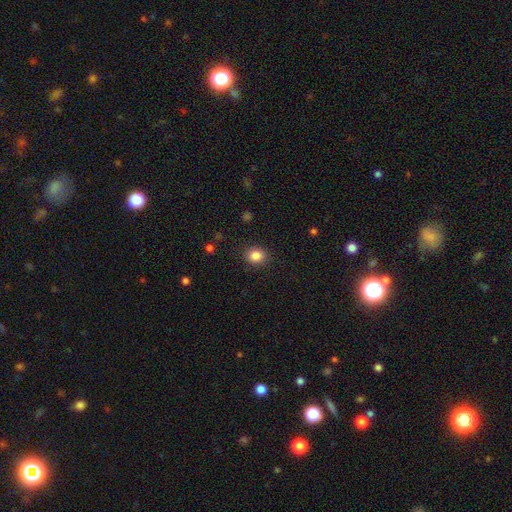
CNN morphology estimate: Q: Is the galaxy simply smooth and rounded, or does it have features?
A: smooth — 85%.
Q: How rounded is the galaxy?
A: round — 68%.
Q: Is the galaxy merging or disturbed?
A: none — 89%.